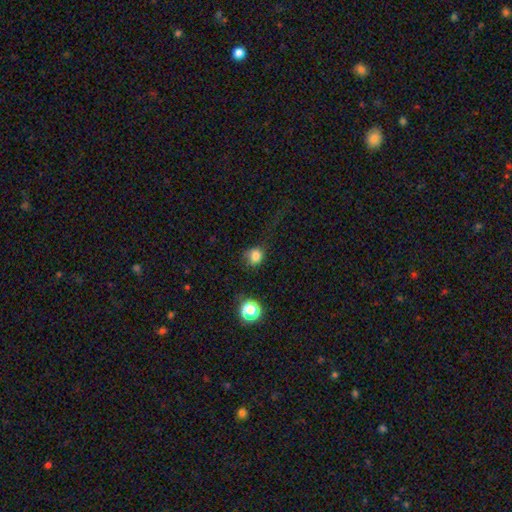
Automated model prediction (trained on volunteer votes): smooth_or_featured: smooth (p=0.81) [alt: star or artifact p=0.13]
how_rounded: round (p=0.74) [alt: in between p=0.25]
merging: none (p=0.57) [alt: minor disturbance p=0.24]